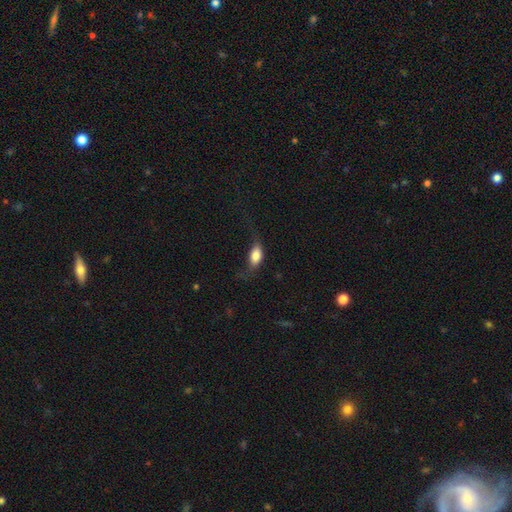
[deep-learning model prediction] A smooth galaxy with no disk features (78%) that is in between round and cigar-shaped (87%).

Vote fractions:
- Smooth or featured? smooth: 78% / featured or disk: 14% / star or artifact: 8%
- How rounded? in between: 87% / round: 6% / cigar-shaped: 6%
- Merging? none: 38% / major disturbance: 31% / minor disturbance: 28% / merger: 2%